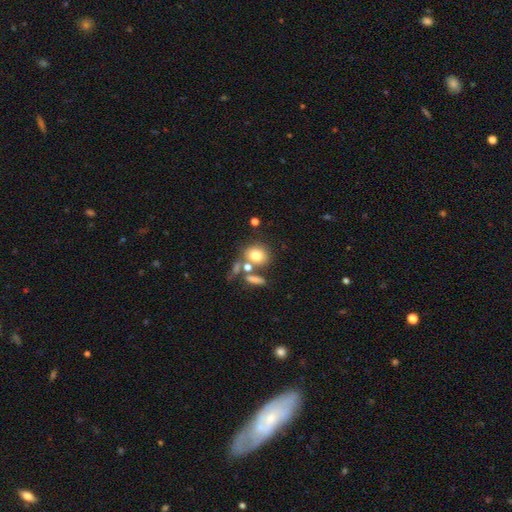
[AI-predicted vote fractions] Q: Smooth or featured?
A: smooth (75%); runner-up: featured or disk (14%)
Q: How rounded?
A: round (66%); runner-up: in between (32%)
Q: Merging?
A: none (56%); runner-up: merger (26%)